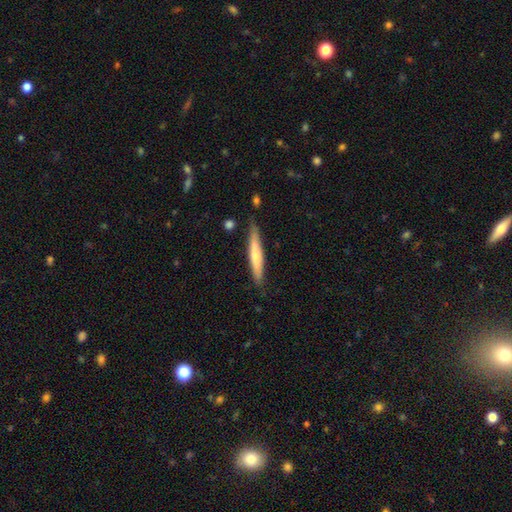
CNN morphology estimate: smooth_or_featured: smooth (p=0.54) [alt: featured or disk p=0.40]
how_rounded: cigar-shaped (p=0.91) [alt: in between p=0.07]
merging: none (p=0.81) [alt: minor disturbance p=0.14]